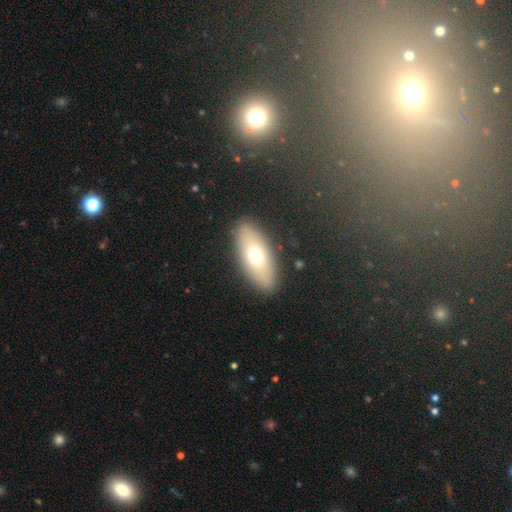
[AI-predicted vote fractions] A smooth galaxy with no disk features (67%) that is in between round and cigar-shaped (83%). Merging: none (88%).